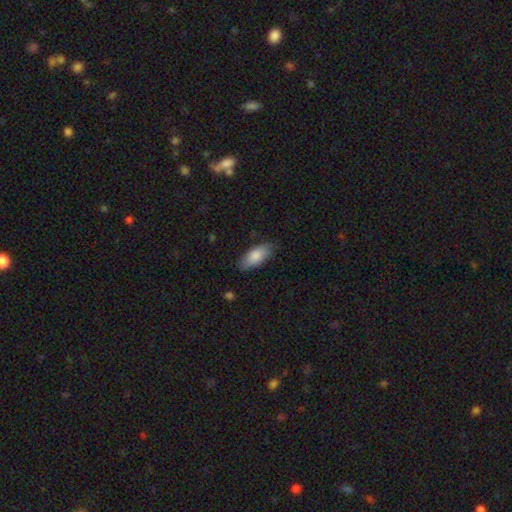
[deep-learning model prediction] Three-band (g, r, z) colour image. It shows a smooth galaxy with no disk features (85%) that is in between round and cigar-shaped (86%). Merging: none (81%).